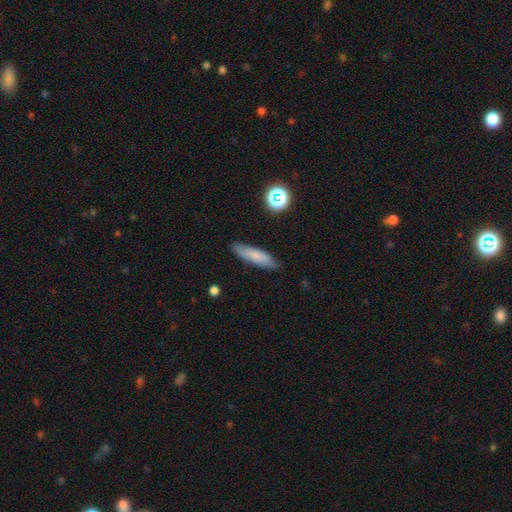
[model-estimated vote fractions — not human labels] smooth 74%, featured or disk 17%, star or artifact 9%. Down the decision tree: how rounded — cigar-shaped (70%); merging — none (81%).